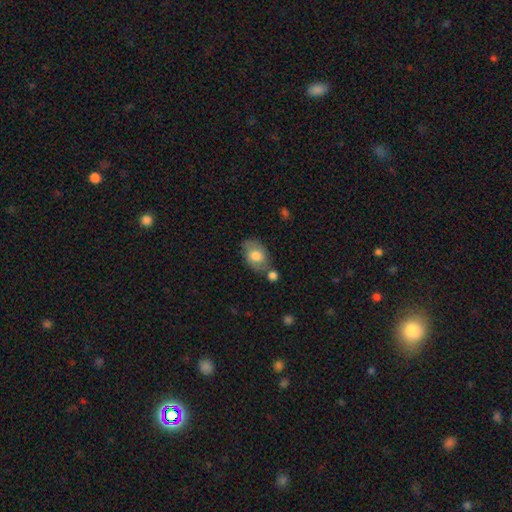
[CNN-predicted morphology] smooth-or-featured: smooth: 75% | featured or disk: 18% | star or artifact: 7%
  how-rounded: in between: 82% | round: 17% | cigar-shaped: 1%
  merging: none: 62% | minor disturbance: 18% | merger: 15% | major disturbance: 5%